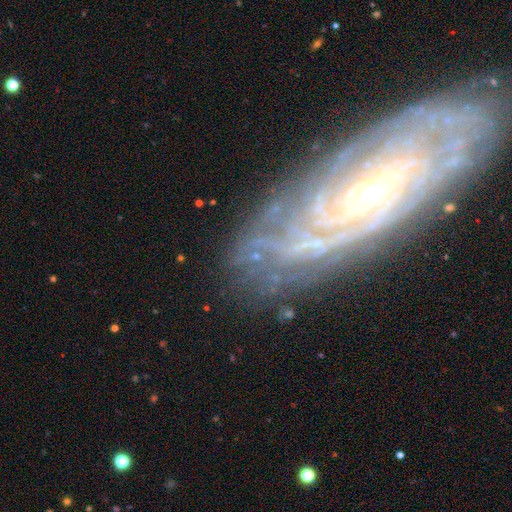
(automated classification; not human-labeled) smooth_or_featured: featured or disk (p=0.53) [alt: star or artifact p=0.30]
disk_edge_on: no (p=0.95) [alt: yes p=0.05]
bar: no (p=0.56) [alt: weak p=0.26]
has_spiral_arms: yes (p=0.66) [alt: no p=0.34]
bulge_size: small (p=0.51) [alt: moderate p=0.22]
merging: none (p=0.58) [alt: minor disturbance p=0.18]